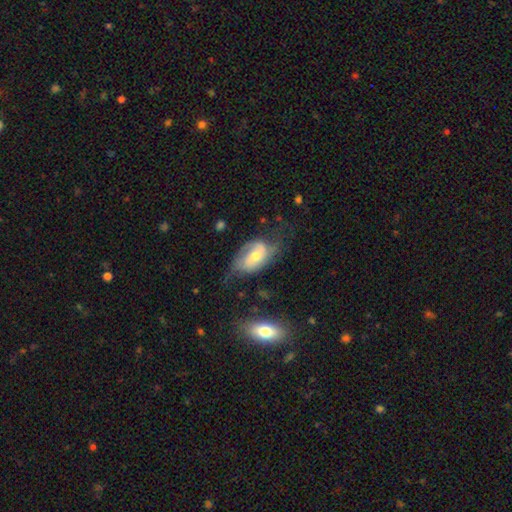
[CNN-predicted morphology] smooth_or_featured: featured or disk (p=0.62) [alt: smooth p=0.30]
disk_edge_on: no (p=0.94) [alt: yes p=0.06]
bar: no (p=0.54) [alt: weak p=0.33]
has_spiral_arms: yes (p=0.82) [alt: no p=0.18]
bulge_size: moderate (p=0.54) [alt: small p=0.37]
merging: none (p=0.44) [alt: minor disturbance p=0.28]